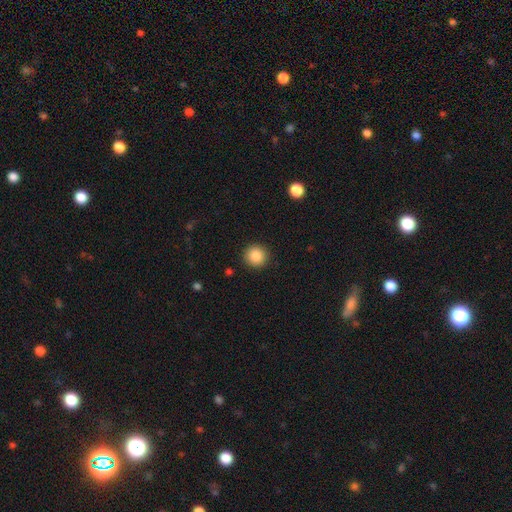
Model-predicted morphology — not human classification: Q: Smooth or featured?
A: smooth (87%); runner-up: star or artifact (9%)
Q: How rounded?
A: round (94%); runner-up: in between (5%)
Q: Merging?
A: none (92%); runner-up: minor disturbance (5%)